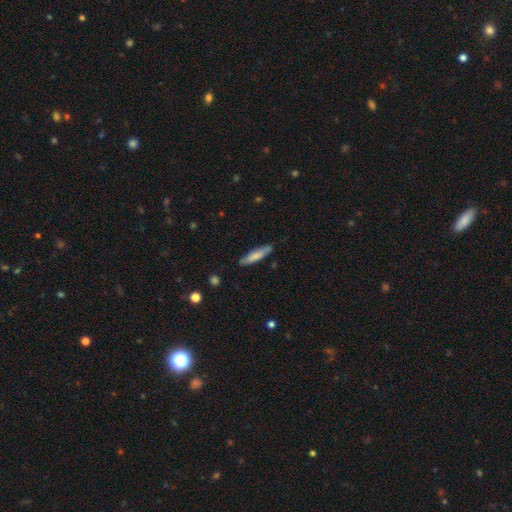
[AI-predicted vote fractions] smooth-or-featured: smooth: 76% | featured or disk: 18% | star or artifact: 5%
  how-rounded: cigar-shaped: 83% | in between: 16% | round: 1%
  merging: none: 86% | minor disturbance: 11% | major disturbance: 2% | merger: 1%